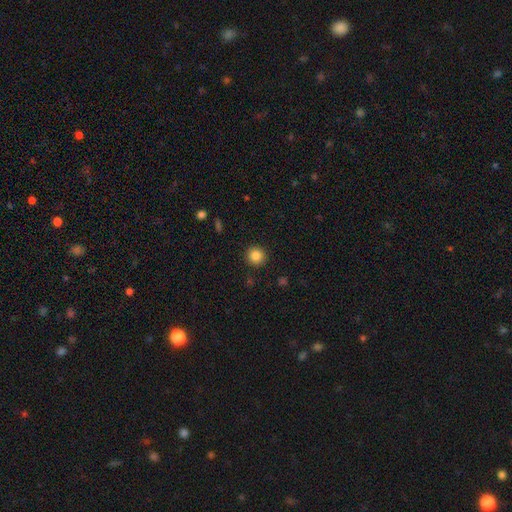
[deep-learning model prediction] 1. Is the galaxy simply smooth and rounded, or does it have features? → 84% smooth, 11% star or artifact, 5% featured or disk.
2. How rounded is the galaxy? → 93% round, 6% in between, 1% cigar-shaped.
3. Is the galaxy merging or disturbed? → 92% none, 6% minor disturbance, 2% major disturbance, 1% merger.